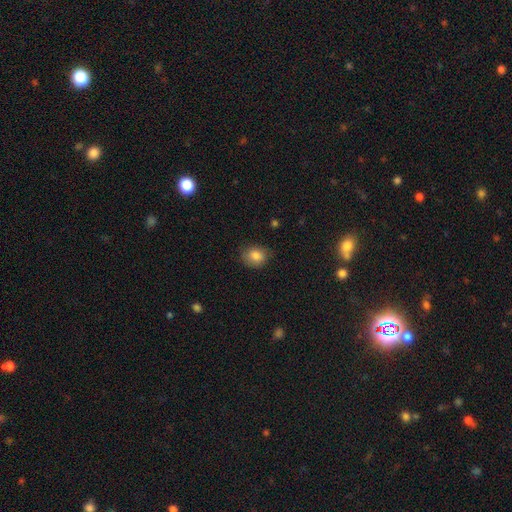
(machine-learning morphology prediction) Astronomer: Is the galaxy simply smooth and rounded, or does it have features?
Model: smooth — 83%.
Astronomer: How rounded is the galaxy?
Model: round — 62%.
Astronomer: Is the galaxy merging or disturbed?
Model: none — 80%.